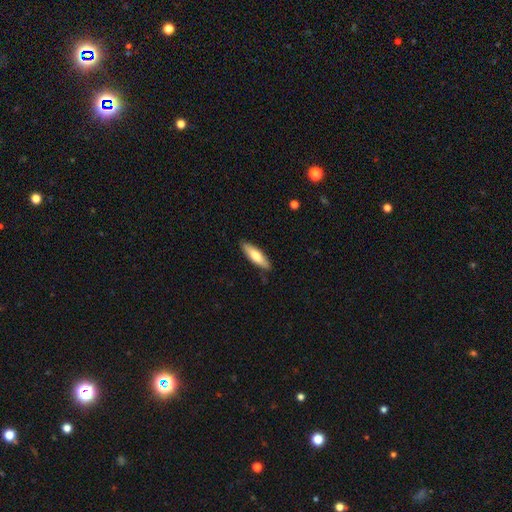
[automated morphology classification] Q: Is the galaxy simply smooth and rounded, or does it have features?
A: smooth — 71%.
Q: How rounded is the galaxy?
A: cigar-shaped — 57%.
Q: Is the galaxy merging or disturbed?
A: none — 87%.